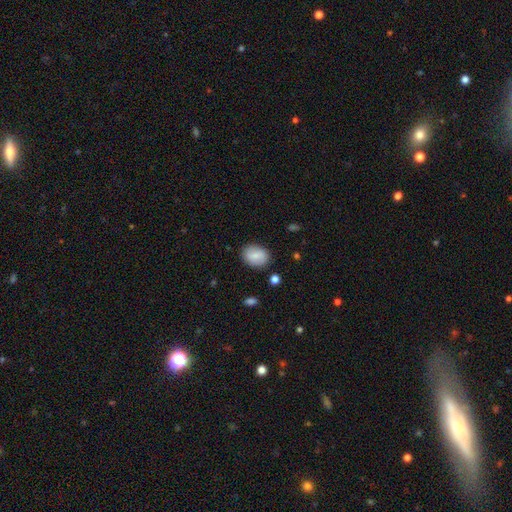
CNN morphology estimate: Smooth or featured?
  - smooth: 78% *
  - featured or disk: 15%
  - star or artifact: 7%
How rounded?
  - in between: 63% *
  - round: 36%
  - cigar-shaped: 1%
Merging?
  - none: 85% *
  - minor disturbance: 11%
  - major disturbance: 3%
  - merger: 2%